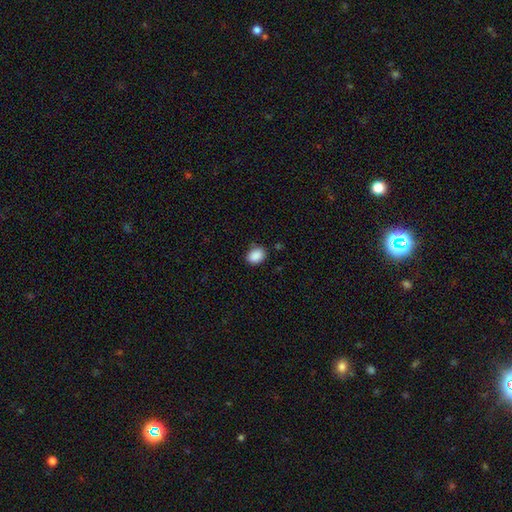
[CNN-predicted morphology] This appears to be a smooth galaxy with no disk features (89%) that is in between round and cigar-shaped (66%). Merging: none (82%).